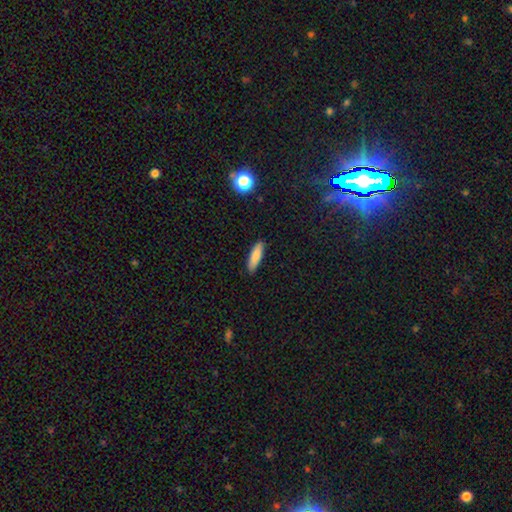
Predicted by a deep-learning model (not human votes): smooth 83%, featured or disk 10%, star or artifact 7%. Down the decision tree: how rounded — cigar-shaped (61%); merging — none (88%).